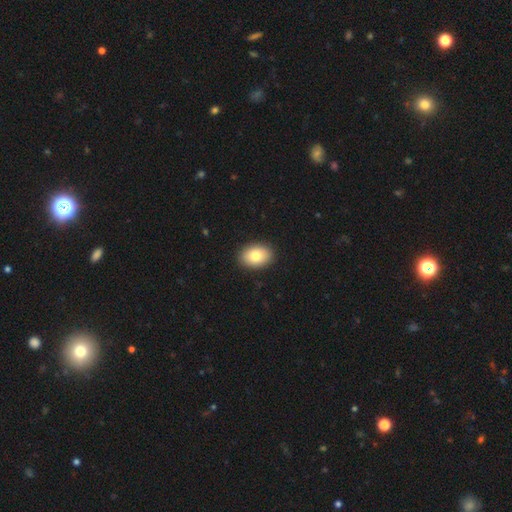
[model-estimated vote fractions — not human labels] Q: Smooth or featured?
A: smooth (81%); runner-up: featured or disk (12%)
Q: How rounded?
A: in between (80%); runner-up: round (19%)
Q: Merging?
A: none (91%); runner-up: minor disturbance (7%)